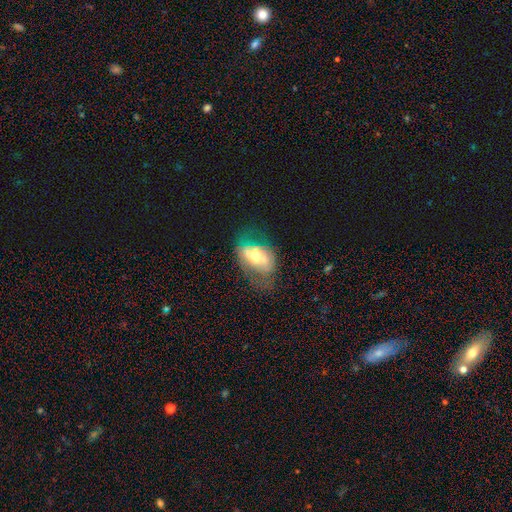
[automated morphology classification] A smooth galaxy with no disk features (47%). Merging: none (39%).